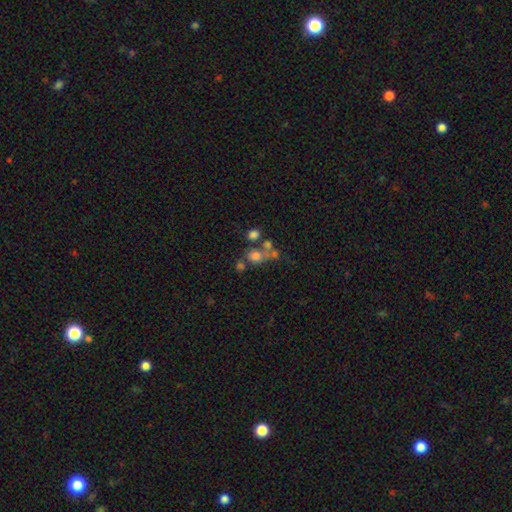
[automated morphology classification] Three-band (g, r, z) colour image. It shows a smooth galaxy with no disk features (64%) that is round (66%). Merging: none (39%, tied with merger).